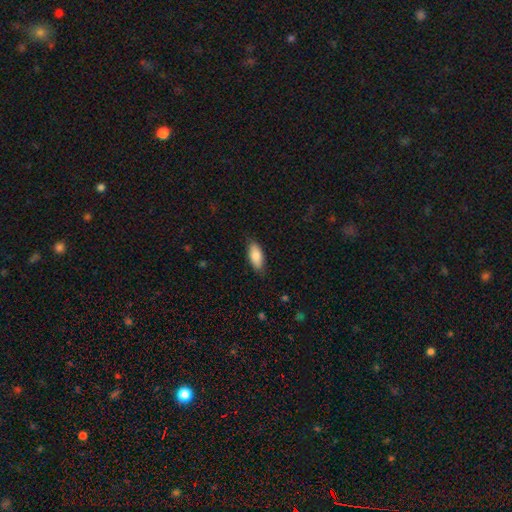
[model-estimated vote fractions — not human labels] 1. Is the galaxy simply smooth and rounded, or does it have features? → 85% smooth, 9% featured or disk, 6% star or artifact.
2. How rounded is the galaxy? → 85% in between, 13% cigar-shaped, 2% round.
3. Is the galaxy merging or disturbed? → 83% none, 14% minor disturbance, 3% major disturbance, 1% merger.